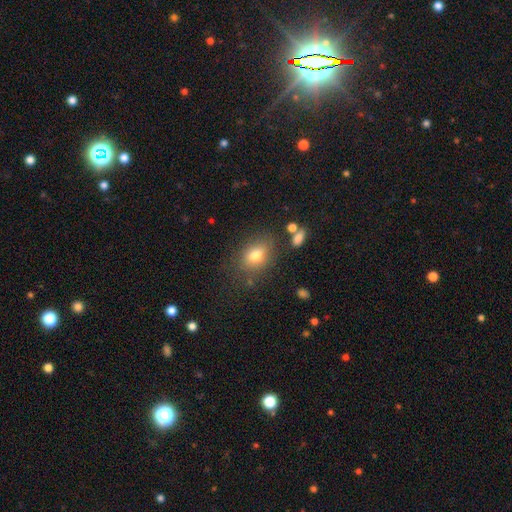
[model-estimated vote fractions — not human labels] Morphology: type=smooth (76%); roundness=in between (67%); merging=none (75%).